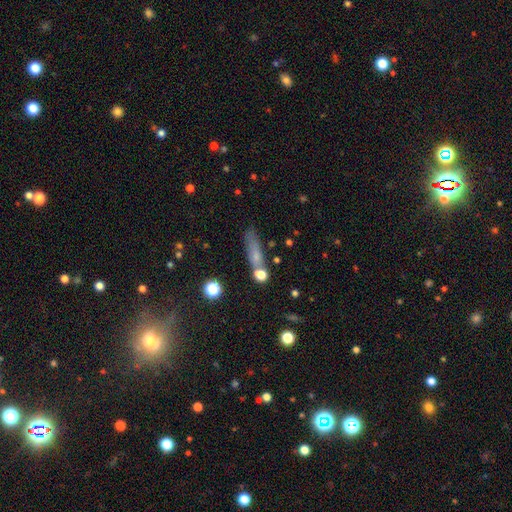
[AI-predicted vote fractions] A smooth galaxy with no disk features (65%) that is cigar-shaped (64%). Merging: none (59%).